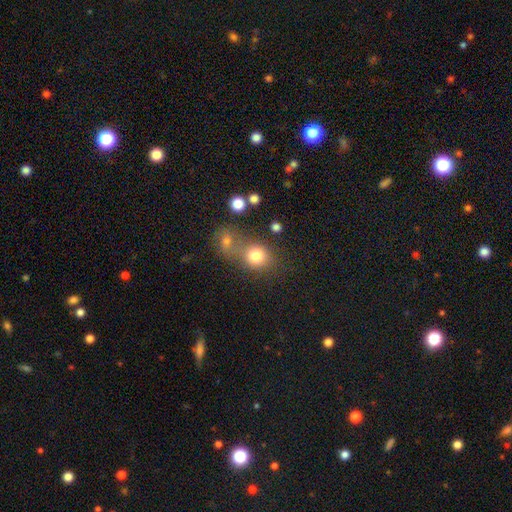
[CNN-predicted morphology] Smooth or featured? smooth (80%)
How rounded? round (75%)
Merging? none (46%)